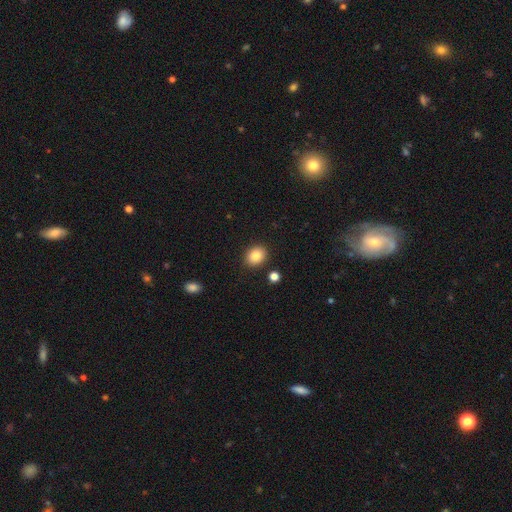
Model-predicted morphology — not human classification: A smooth galaxy with no disk features (86%) that is round (53%). Merging: none (87%).